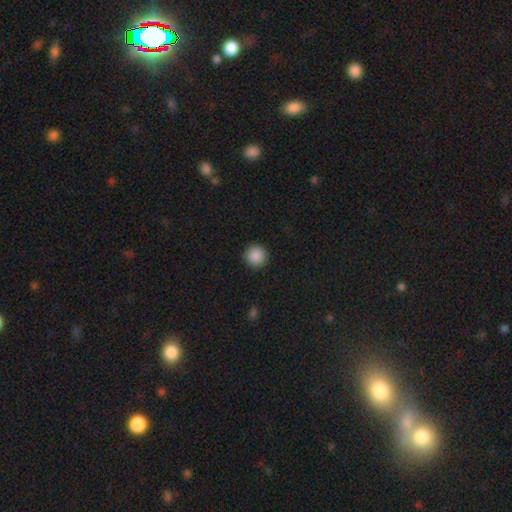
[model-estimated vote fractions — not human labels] This is clearly a smooth galaxy (89%). How rounded: clearly round (95%). Merging: clearly none (92%).